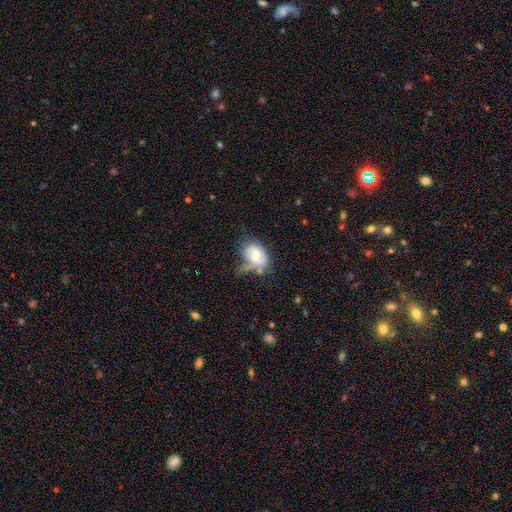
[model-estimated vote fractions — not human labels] This appears to be a smooth galaxy with no disk features (49%). Merging: none (32%, tied with minor disturbance).